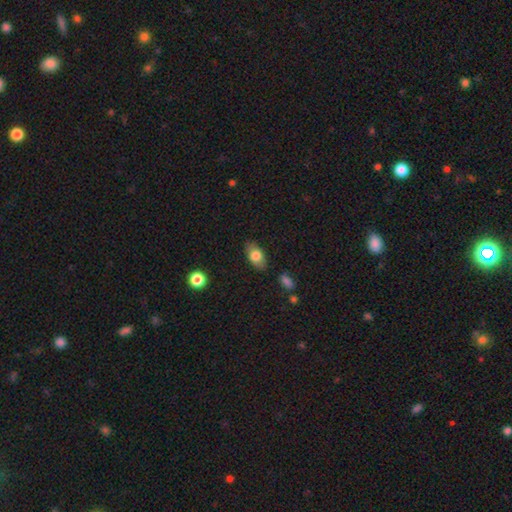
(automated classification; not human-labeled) Overall: smooth (77%). How rounded: in between (88%). Merging: none (83%).